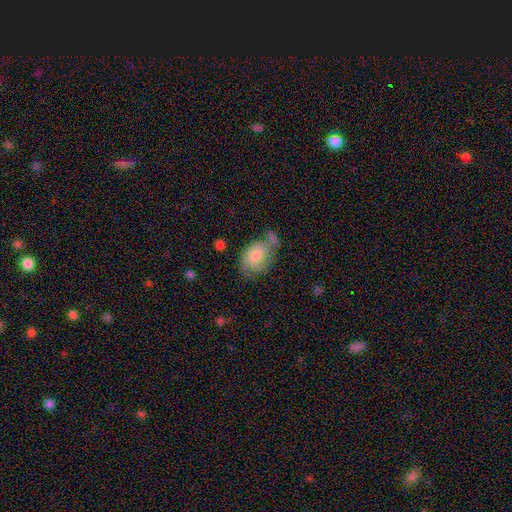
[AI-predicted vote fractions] Overall: smooth (71%). How rounded: in between (75%). Merging: none (42%; minor disturbance 25%).